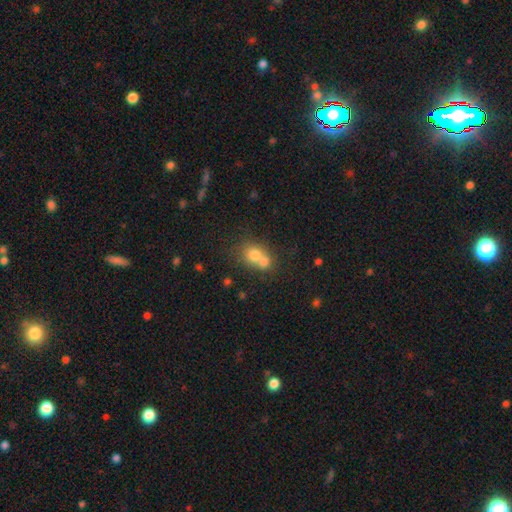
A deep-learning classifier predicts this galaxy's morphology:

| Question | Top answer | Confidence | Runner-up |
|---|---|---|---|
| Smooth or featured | smooth | 71% | featured or disk (17%) |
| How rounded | round | 72% | in between (27%) |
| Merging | merger | 60% | none (31%) |